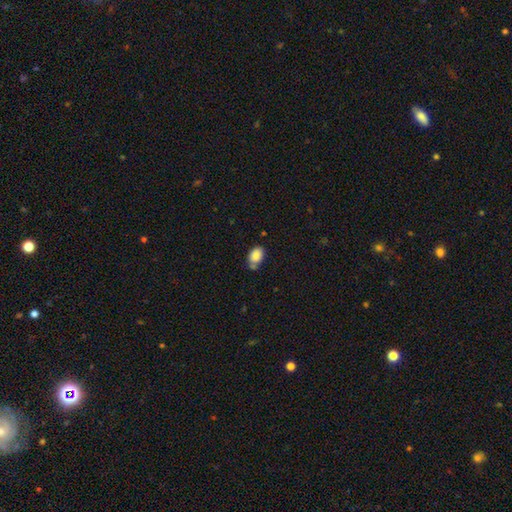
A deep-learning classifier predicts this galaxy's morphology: A smooth galaxy with no disk features (87%) that is in between round and cigar-shaped (83%).

Vote fractions:
- Smooth or featured? smooth: 87% / star or artifact: 8% / featured or disk: 5%
- How rounded? in between: 83% / round: 16% / cigar-shaped: 1%
- Merging? none: 57% / minor disturbance: 23% / merger: 15% / major disturbance: 5%